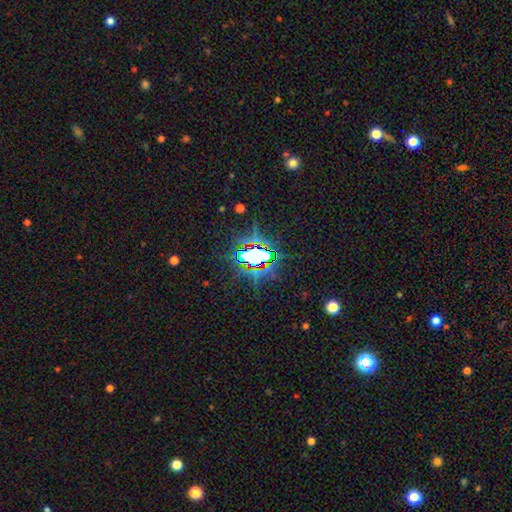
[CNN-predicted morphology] A star or artifact, not a galaxy (73%).

Vote fractions:
- Smooth or featured? star or artifact: 73% / smooth: 16% / featured or disk: 11%